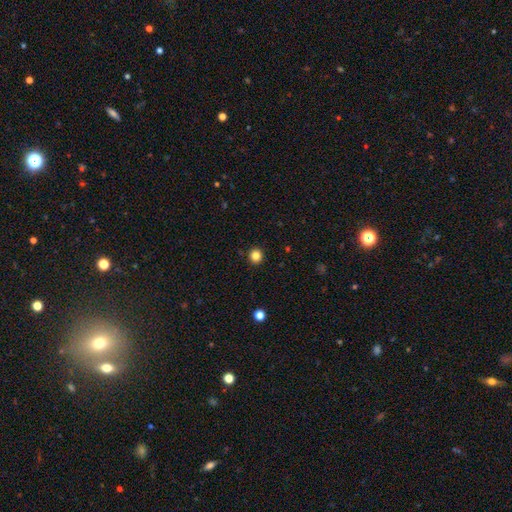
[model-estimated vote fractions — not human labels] Smooth or featured: smooth — 84% (star or artifact — 12%)
How rounded: round — 94% (in between — 5%)
Merging: none — 93% (minor disturbance — 4%)